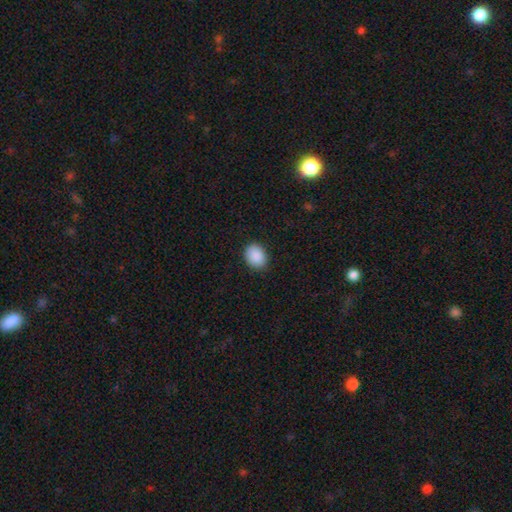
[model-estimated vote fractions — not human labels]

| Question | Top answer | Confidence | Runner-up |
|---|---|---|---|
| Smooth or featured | smooth | 90% | star or artifact (7%) |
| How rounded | in between | 61% | round (38%) |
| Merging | none | 88% | minor disturbance (9%) |